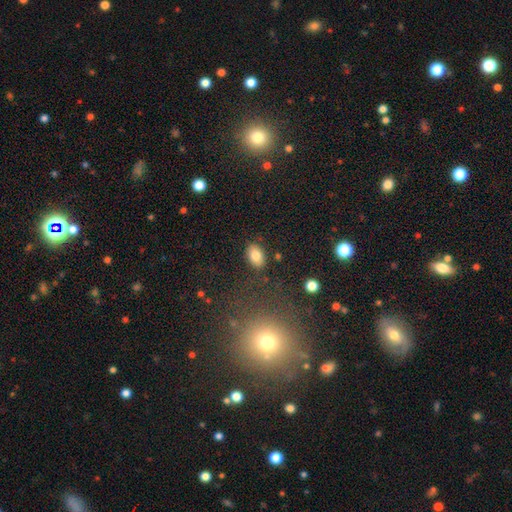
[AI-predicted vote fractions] Smooth or featured? smooth (82%)
How rounded? in between (88%)
Merging? none (84%)